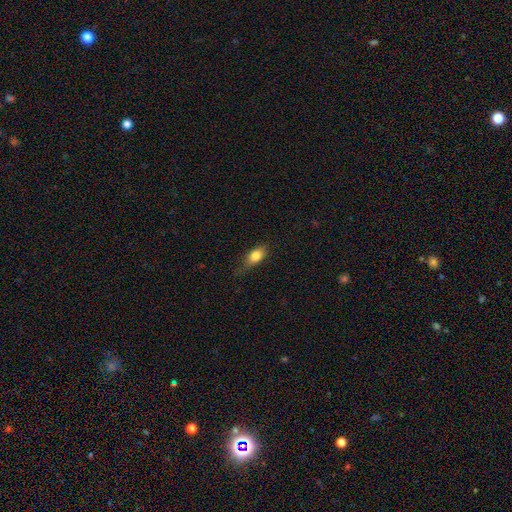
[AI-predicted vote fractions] This is likely a smooth galaxy (80%). How rounded: clearly in between (82%). Merging: likely none (69%).